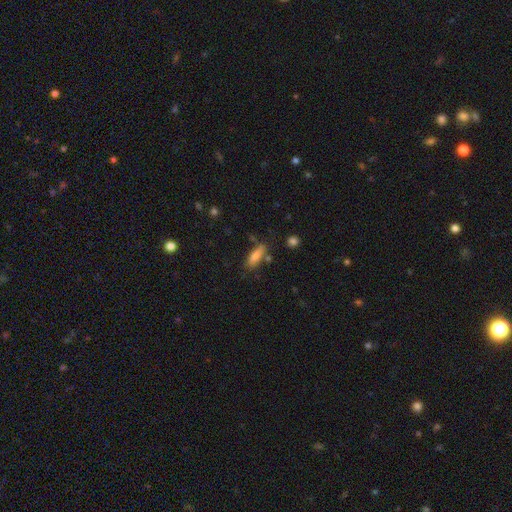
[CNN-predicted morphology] smooth 81%, featured or disk 12%, star or artifact 8%. Down the decision tree: how rounded — cigar-shaped (52%); merging — none (71%).